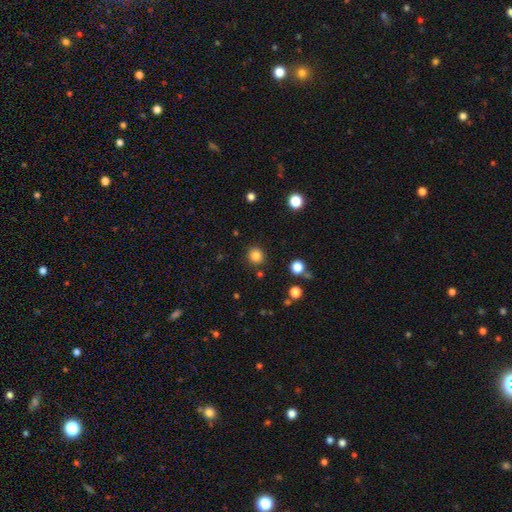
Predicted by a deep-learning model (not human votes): smooth-or-featured: smooth: 84% | star or artifact: 12% | featured or disk: 4%
  how-rounded: round: 90% | in between: 9% | cigar-shaped: 1%
  merging: none: 88% | minor disturbance: 7% | merger: 2% | major disturbance: 2%